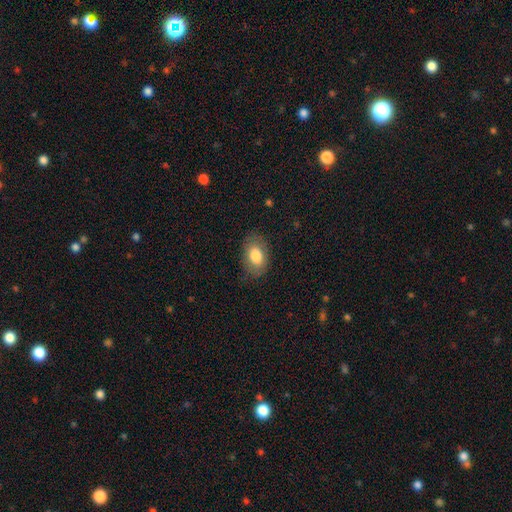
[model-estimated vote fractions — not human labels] Morphology: type=smooth (80%); roundness=in between (88%); merging=none (80%).